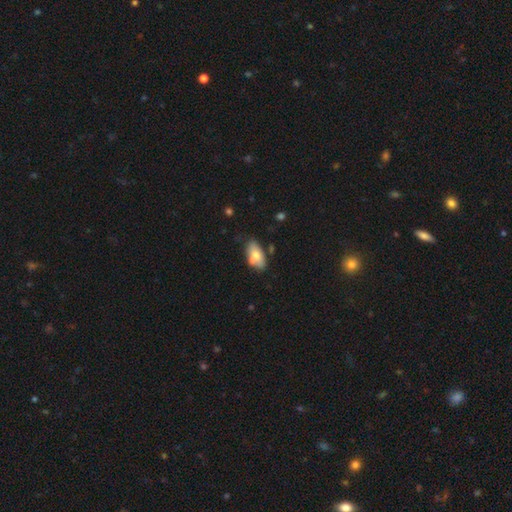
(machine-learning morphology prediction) Q: Smooth or featured?
A: smooth (72%); runner-up: featured or disk (21%)
Q: How rounded?
A: in between (92%); runner-up: round (4%)
Q: Merging?
A: none (56%); runner-up: minor disturbance (30%)